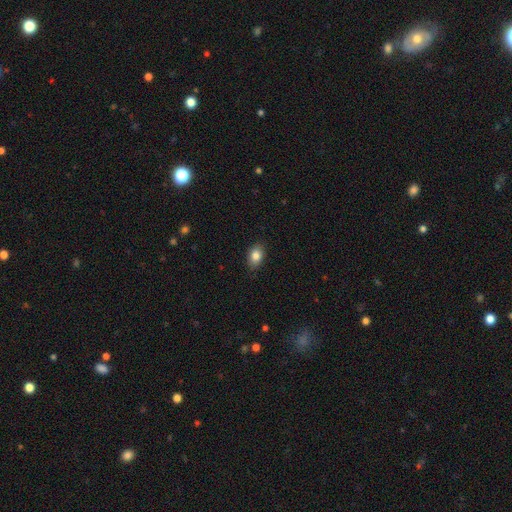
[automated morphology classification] Overall: smooth (83%). How rounded: in between (82%). Merging: none (87%).